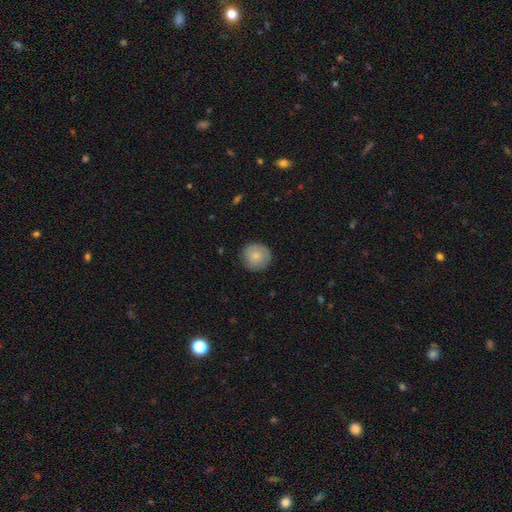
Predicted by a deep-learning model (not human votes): This is likely a smooth galaxy (79%). How rounded: clearly round (93%). Merging: clearly none (85%).